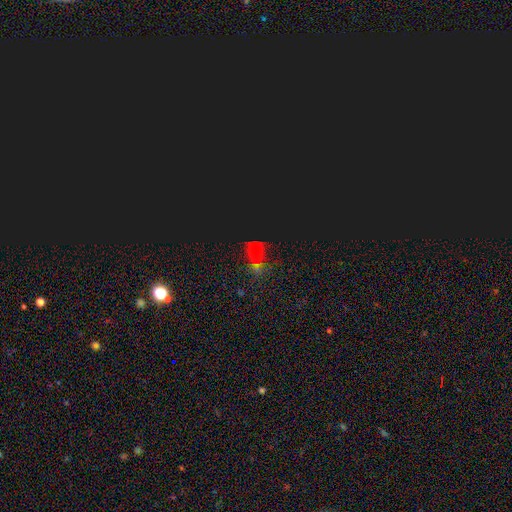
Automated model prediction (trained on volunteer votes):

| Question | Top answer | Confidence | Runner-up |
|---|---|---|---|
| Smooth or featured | star or artifact | 55% | smooth (29%) |